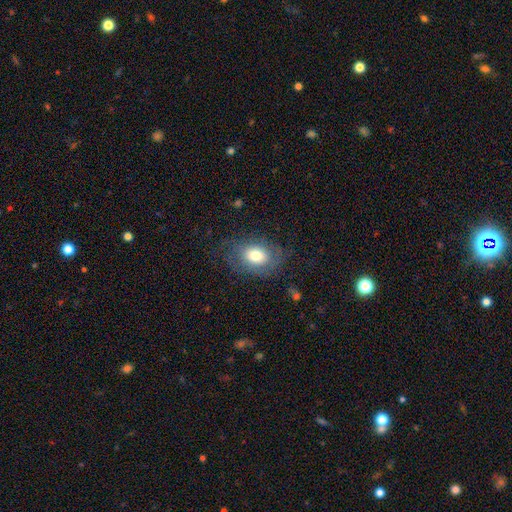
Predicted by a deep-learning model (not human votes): This appears to be a smooth galaxy with no disk features (71%) that is in between round and cigar-shaped (73%). Merging: none (67%).